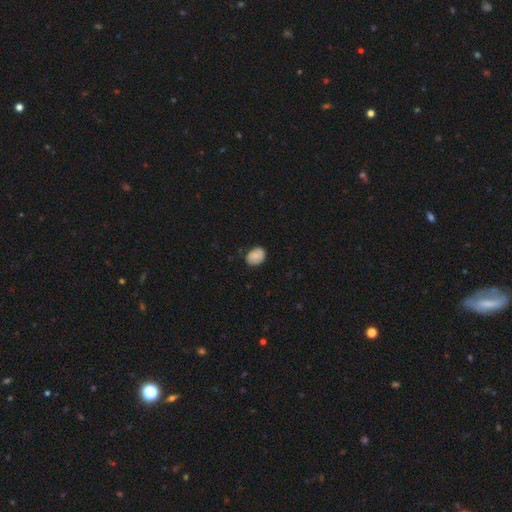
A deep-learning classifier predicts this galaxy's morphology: Overall: smooth (79%). How rounded: in between (66%; round 33%). Merging: none (71%).